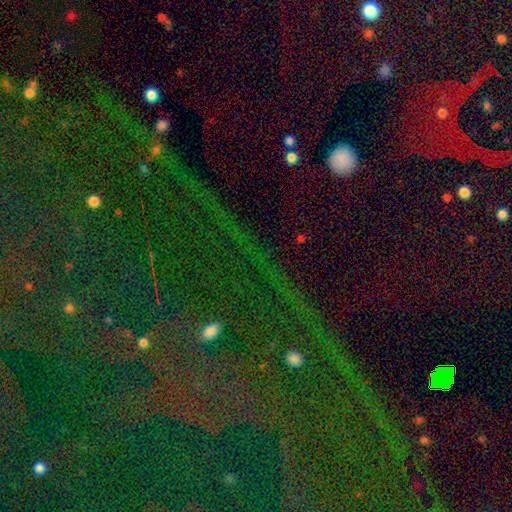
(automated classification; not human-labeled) Morphology: type=star or artifact (78%).